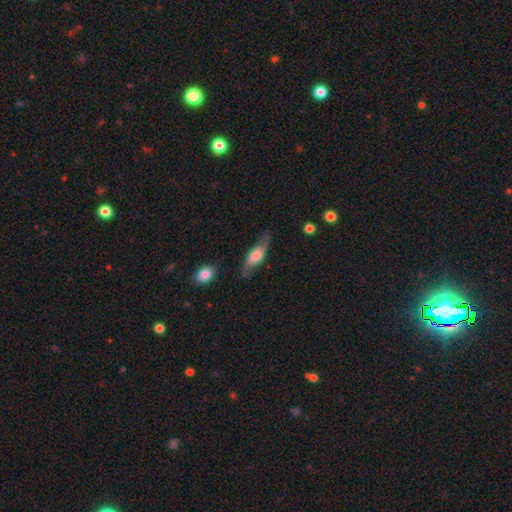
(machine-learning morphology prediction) The model was most divided on "smooth or featured" (2-way tie): smooth: 47%, featured or disk: 47%, star or artifact: 6%. More confident: merging — none (71%).